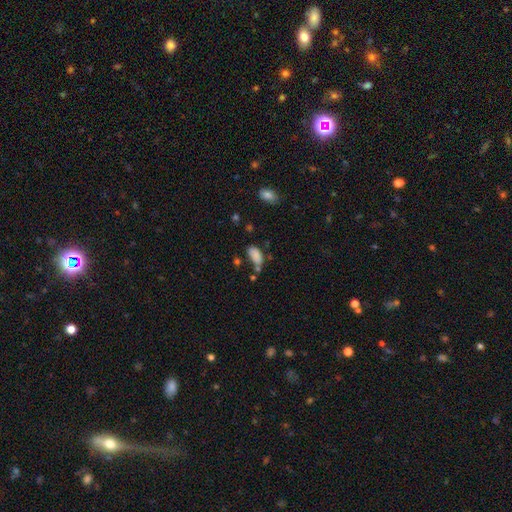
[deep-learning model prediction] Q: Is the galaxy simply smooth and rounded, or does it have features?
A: smooth — 84%.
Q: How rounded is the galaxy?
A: in between — 93%.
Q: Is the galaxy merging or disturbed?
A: none — 53%.